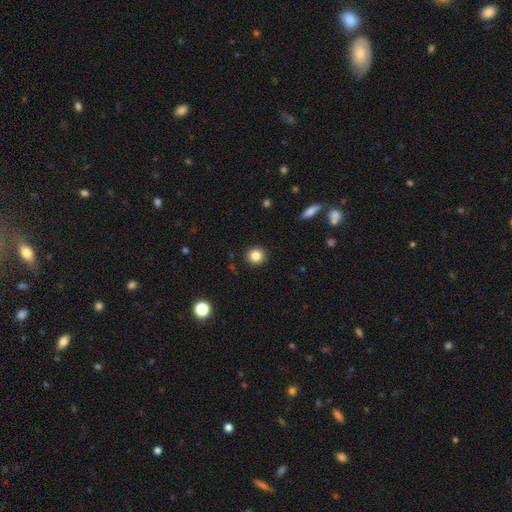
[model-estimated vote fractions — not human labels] Morphology: type=smooth (85%); roundness=round (94%); merging=none (92%).